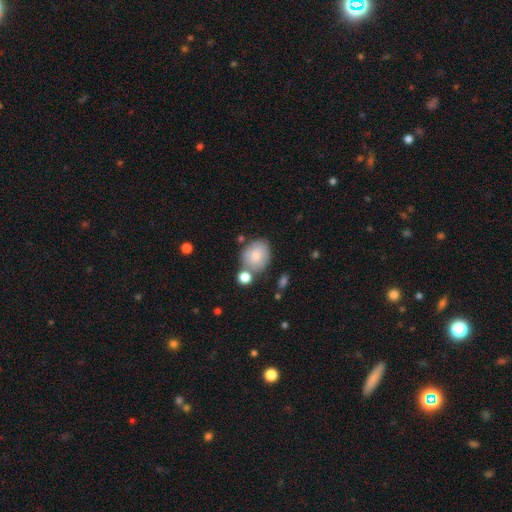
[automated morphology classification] smooth 78%, featured or disk 14%, star or artifact 7%. Down the decision tree: how rounded — round (54%); merging — none (59%).